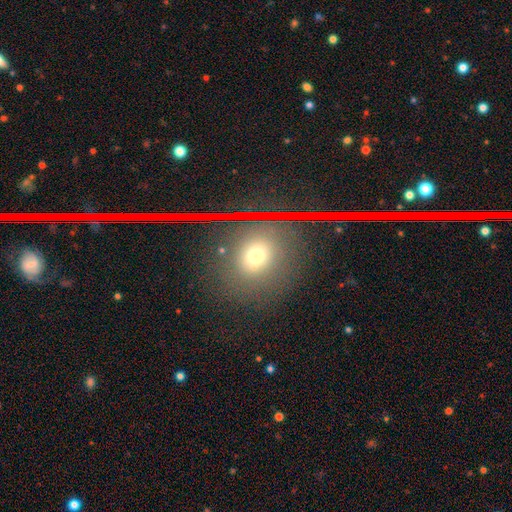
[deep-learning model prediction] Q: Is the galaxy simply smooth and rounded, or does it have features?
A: smooth — 63%.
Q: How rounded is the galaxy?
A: round — 70%.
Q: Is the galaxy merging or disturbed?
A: none — 81%.